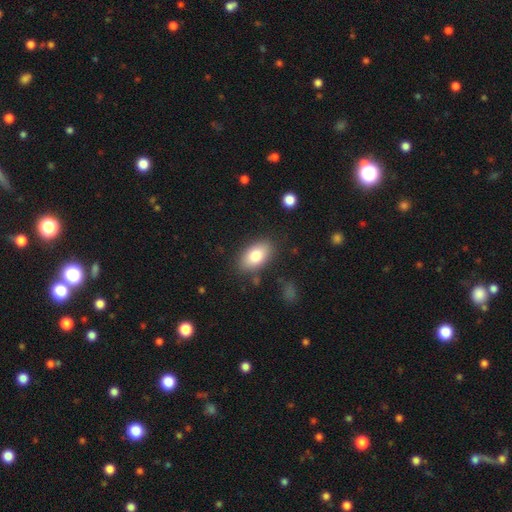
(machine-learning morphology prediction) Smooth or featured?
  - smooth: 79% *
  - featured or disk: 13%
  - star or artifact: 7%
How rounded?
  - in between: 92% *
  - round: 6%
  - cigar-shaped: 2%
Merging?
  - none: 83% *
  - minor disturbance: 12%
  - major disturbance: 3%
  - merger: 2%